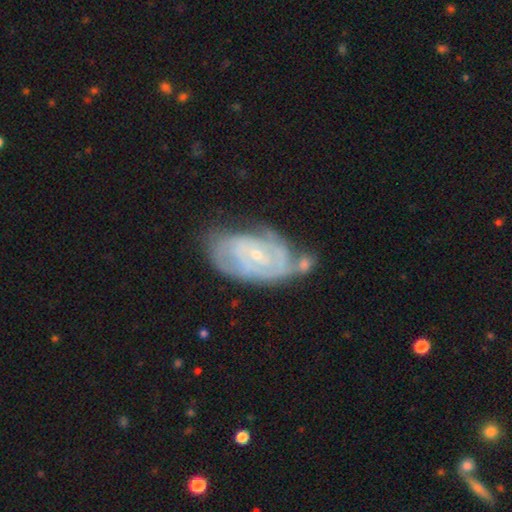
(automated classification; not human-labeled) smooth_or_featured: featured or disk (p=0.80) [alt: smooth p=0.14]
disk_edge_on: no (p=0.95) [alt: yes p=0.05]
bar: no (p=0.53) [alt: weak p=0.37]
has_spiral_arms: yes (p=0.88) [alt: no p=0.12]
spiral_winding: tight (p=0.69) [alt: medium p=0.25]
spiral_arm_count: can't tell (p=0.43) [alt: 2 p=0.29]
bulge_size: small (p=0.72) [alt: moderate p=0.24]
merging: none (p=0.40) [alt: minor disturbance p=0.25]